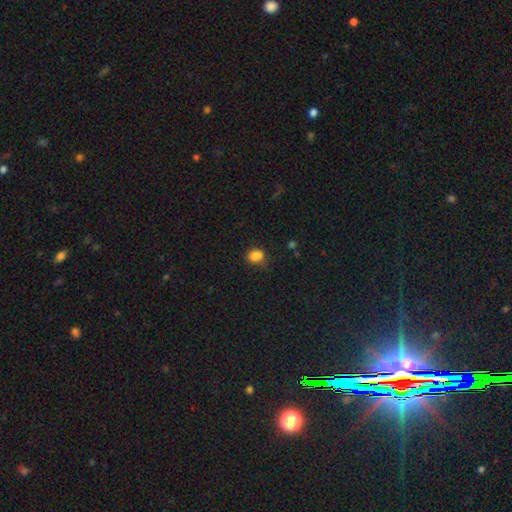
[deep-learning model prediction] Q: Smooth or featured?
A: smooth (82%); runner-up: star or artifact (12%)
Q: How rounded?
A: in between (55%); runner-up: round (44%)
Q: Merging?
A: none (56%); runner-up: minor disturbance (25%)